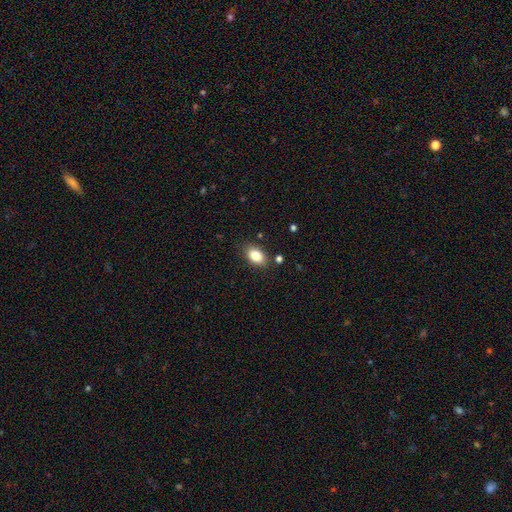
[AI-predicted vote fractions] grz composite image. It shows a smooth galaxy with no disk features (85%) that is in between round and cigar-shaped (87%). Merging: none (84%).